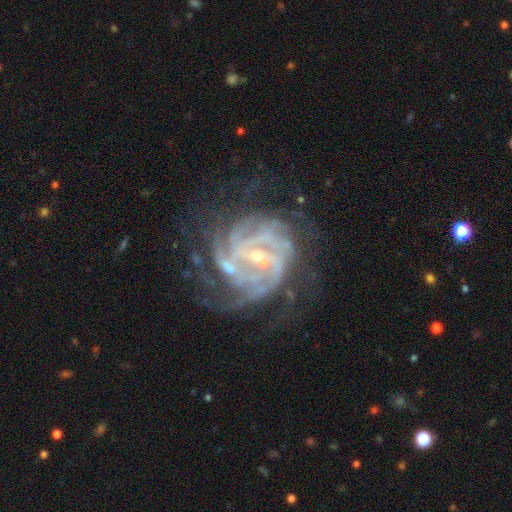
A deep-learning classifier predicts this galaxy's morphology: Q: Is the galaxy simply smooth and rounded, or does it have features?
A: featured or disk — 88%.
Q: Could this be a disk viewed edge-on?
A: no — 98%.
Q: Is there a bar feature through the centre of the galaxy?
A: weak — 47%.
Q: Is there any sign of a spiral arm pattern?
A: yes — 96%.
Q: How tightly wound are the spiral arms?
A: tight — 65%.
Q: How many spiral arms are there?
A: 4 — 29%.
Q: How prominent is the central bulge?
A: small — 71%.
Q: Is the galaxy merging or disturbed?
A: none — 64%.